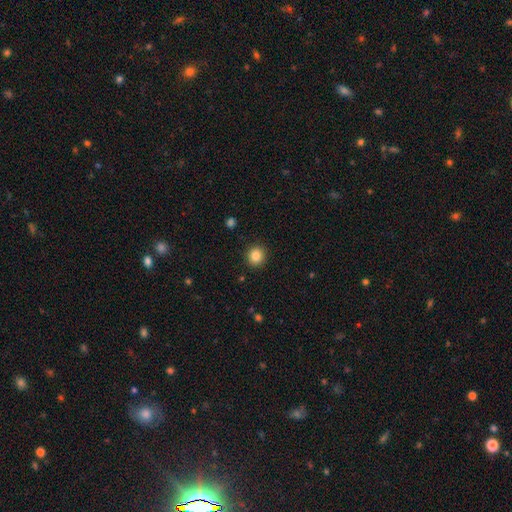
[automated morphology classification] smooth-or-featured: smooth: 85% | star or artifact: 10% | featured or disk: 5%
  how-rounded: round: 89% | in between: 10% | cigar-shaped: 1%
  merging: none: 92% | minor disturbance: 5% | major disturbance: 2% | merger: 1%